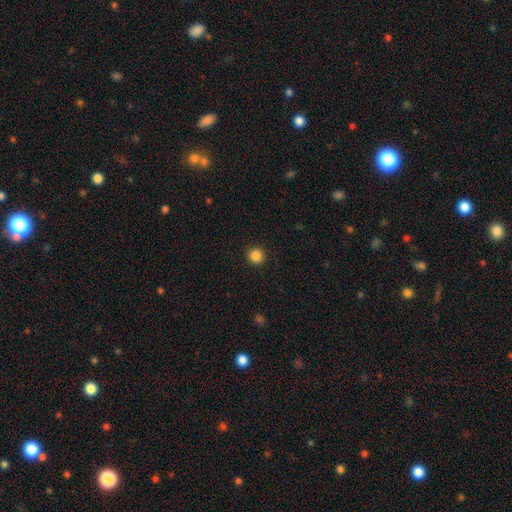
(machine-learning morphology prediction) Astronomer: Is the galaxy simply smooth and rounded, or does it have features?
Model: smooth — 86%.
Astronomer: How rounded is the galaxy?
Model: round — 95%.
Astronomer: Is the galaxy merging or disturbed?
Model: none — 93%.